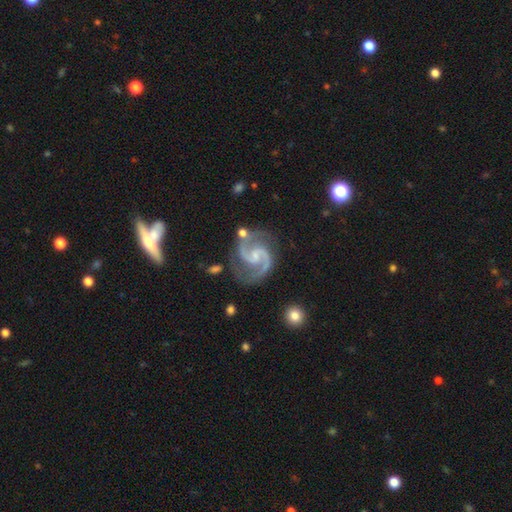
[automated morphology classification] A featured or disk galaxy (94%) with a weak bar (44%), 2 (94%) medium (69%) spiral arms (99%) and a small central bulge (67%). Merging: none (72%).